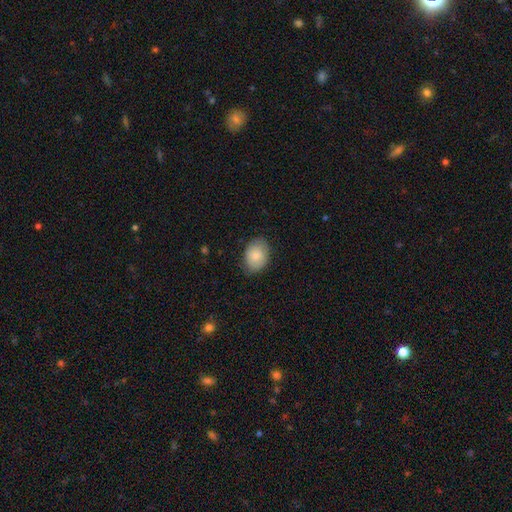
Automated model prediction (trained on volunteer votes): A smooth galaxy with no disk features (83%) that is in between round and cigar-shaped (77%). Merging: none (79%).